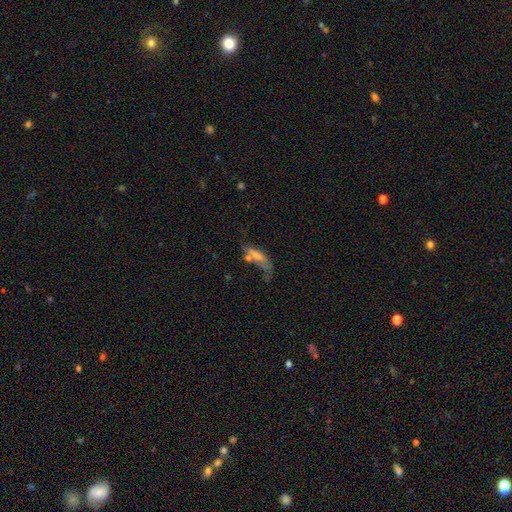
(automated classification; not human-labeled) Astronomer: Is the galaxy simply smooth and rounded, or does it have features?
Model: smooth — 60%.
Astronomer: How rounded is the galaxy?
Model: in between — 51% (runner-up: cigar-shaped, 46%).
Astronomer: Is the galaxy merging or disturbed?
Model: major disturbance — 28% (runner-up: none, 27%).